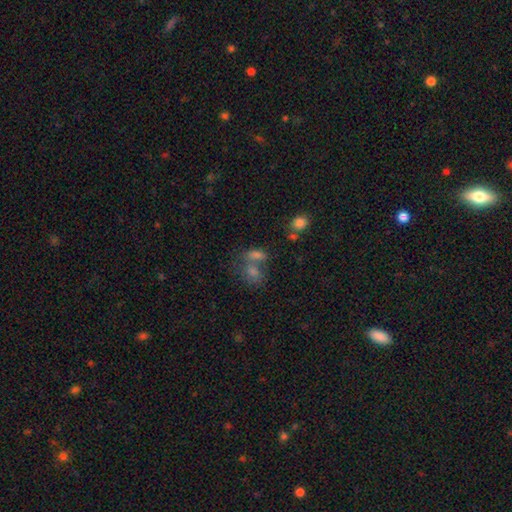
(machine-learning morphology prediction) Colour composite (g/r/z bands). It shows a smooth galaxy with no disk features (68%) that is in between round and cigar-shaped (73%). Merging: merger (51%).